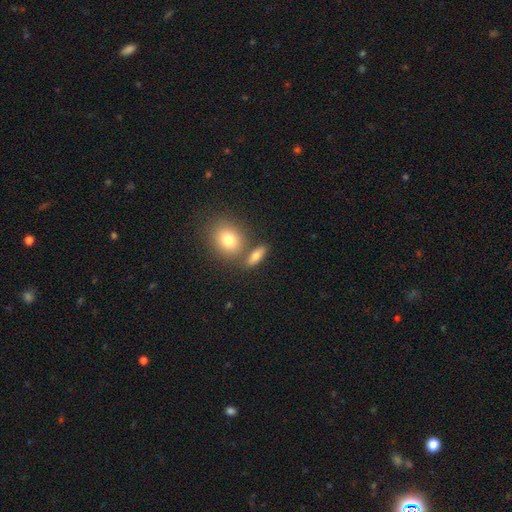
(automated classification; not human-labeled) Q: Smooth or featured?
A: smooth (73%); runner-up: featured or disk (17%)
Q: How rounded?
A: in between (58%); runner-up: cigar-shaped (23%)
Q: Merging?
A: none (68%); runner-up: merger (17%)